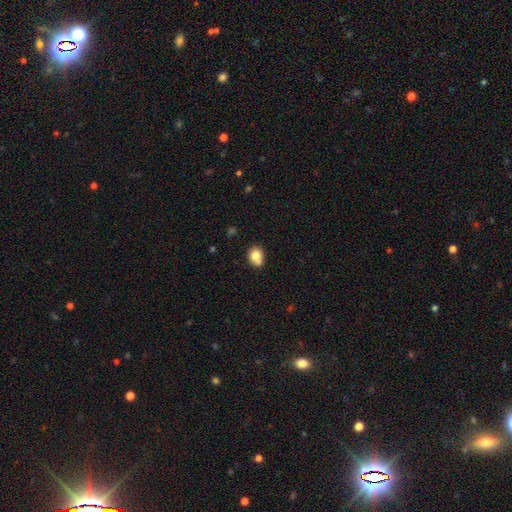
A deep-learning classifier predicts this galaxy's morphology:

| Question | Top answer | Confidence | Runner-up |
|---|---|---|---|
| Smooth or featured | smooth | 78% | featured or disk (12%) |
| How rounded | round | 61% | in between (38%) |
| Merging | none | 58% | merger (20%) |